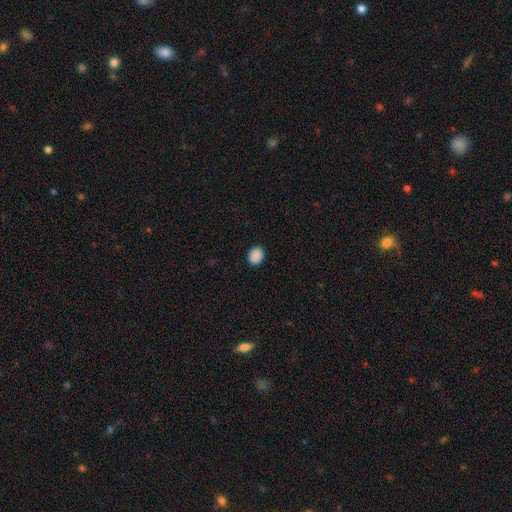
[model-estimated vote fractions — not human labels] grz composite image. It shows a smooth galaxy with no disk features (89%) that is in between round and cigar-shaped (57%). Merging: none (89%).